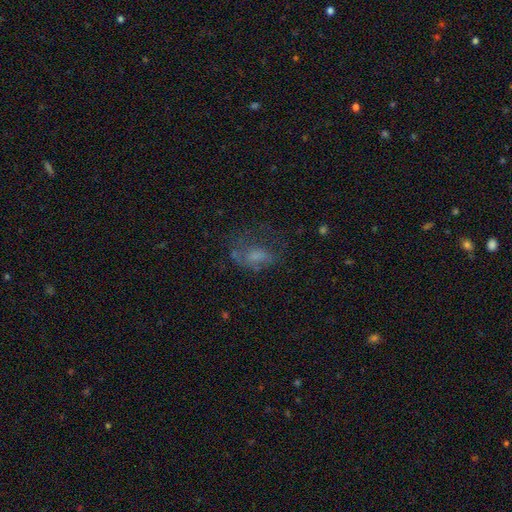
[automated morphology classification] A smooth galaxy with no disk features (50%) that is in between round and cigar-shaped (81%).

Vote fractions:
- Smooth or featured? smooth: 50% / featured or disk: 33% / star or artifact: 17%
- How rounded? in between: 81% / round: 14% / cigar-shaped: 5%
- Merging? major disturbance: 39% / none: 37% / minor disturbance: 21% / merger: 3%